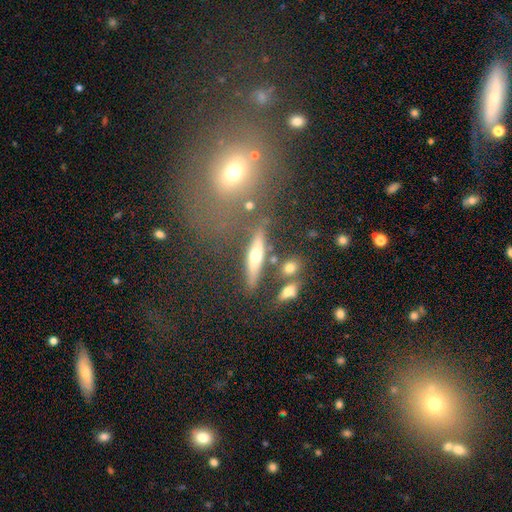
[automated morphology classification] type=featured or disk (54%); edge-on=yes (85%); merging=none (70%).